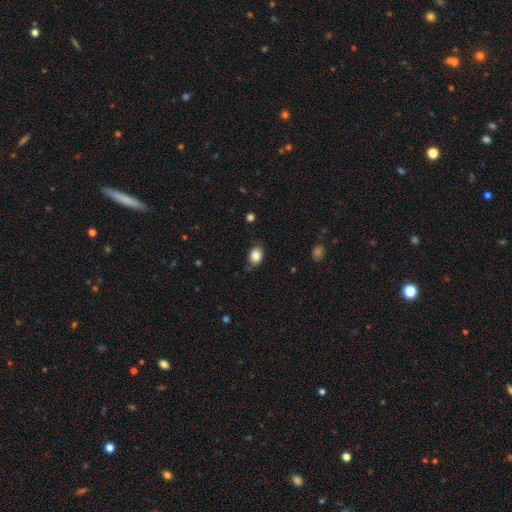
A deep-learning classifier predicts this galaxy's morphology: Smooth or featured? smooth (85%)
How rounded? in between (73%)
Merging? none (79%)